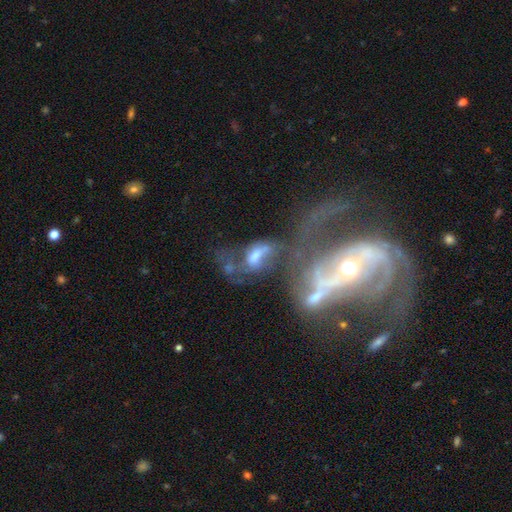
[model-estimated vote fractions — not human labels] This is likely a featured or disk galaxy (60%). It is clearly not viewed edge-on (94%). Bar: possibly no (47%). Spiral arm pattern: possibly yes (60%). Central bulge: possibly moderate (46%). Merging: possibly merger (52%).